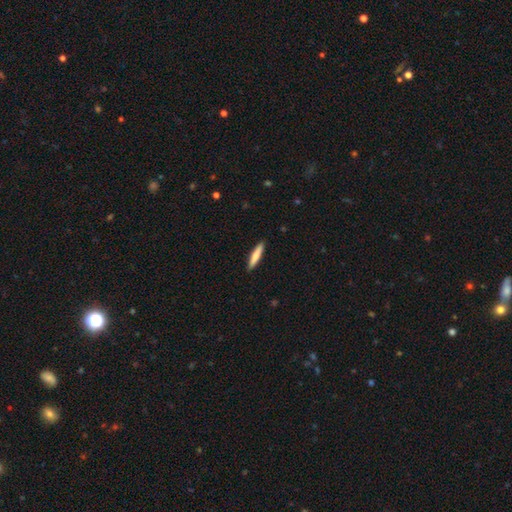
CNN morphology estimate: The model was most divided on "smooth or featured": smooth: 73%, featured or disk: 22%, star or artifact: 5%. More confident: merging — none (91%); how rounded — cigar-shaped (89%).